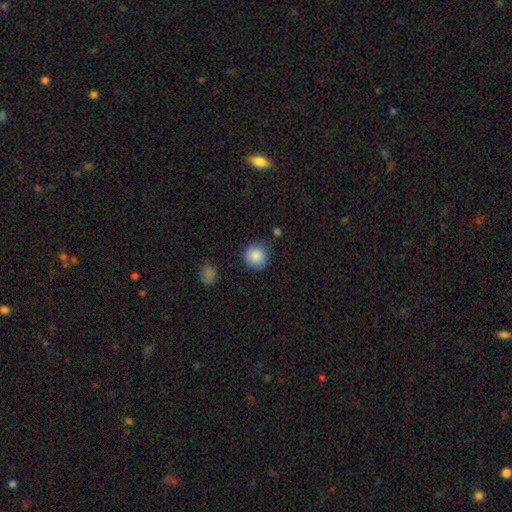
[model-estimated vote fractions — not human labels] The model was most divided on "merging": none: 82%, minor disturbance: 12%, major disturbance: 3%, merger: 3%. More confident: how rounded — round (92%); smooth or featured — smooth (88%).